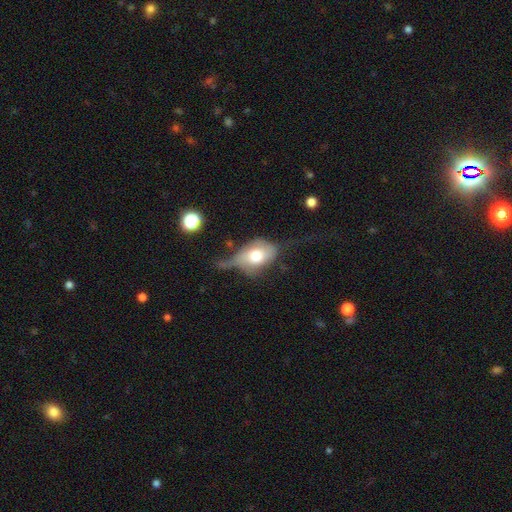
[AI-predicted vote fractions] Overall: smooth (61%; featured or disk 31%). How rounded: in between (74%). Merging: major disturbance (41%; minor disturbance 28%).